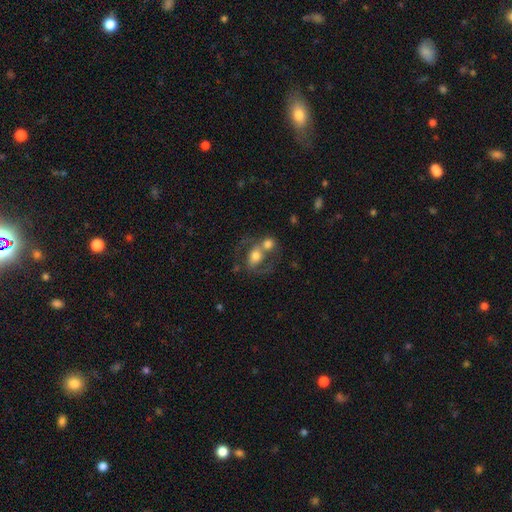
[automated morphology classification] Smooth or featured: featured or disk — 47% (smooth — 44%)
Merging: merger — 52% (none — 28%)